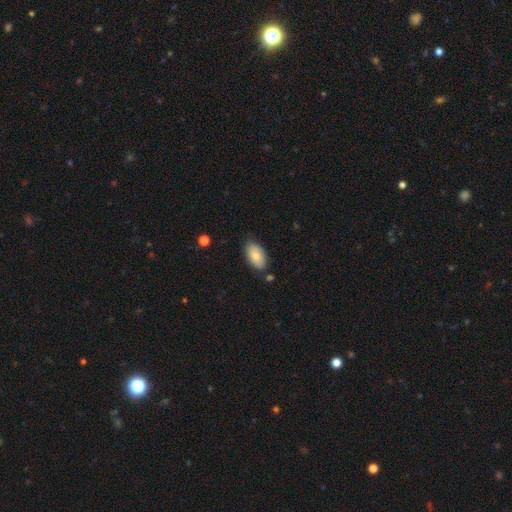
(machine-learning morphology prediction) Smooth or featured? smooth (78%)
How rounded? in between (94%)
Merging? none (76%)